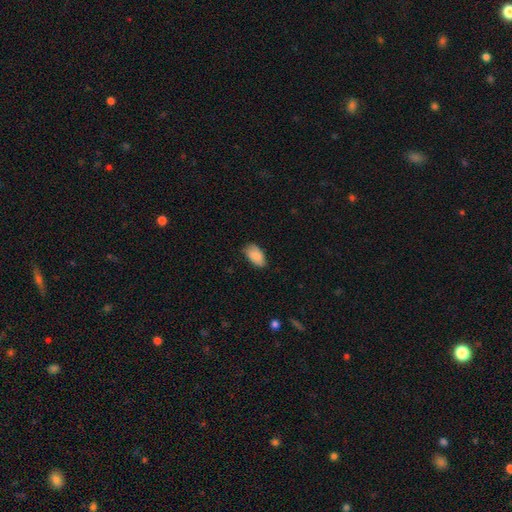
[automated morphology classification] Smooth or featured? smooth (88%)
How rounded? in between (94%)
Merging? none (73%)